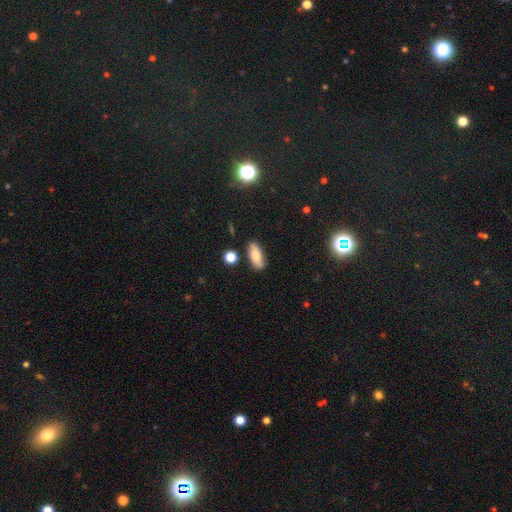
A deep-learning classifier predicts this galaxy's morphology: Smooth or featured?
  - smooth: 78% *
  - featured or disk: 13%
  - star or artifact: 9%
How rounded?
  - in between: 75% *
  - cigar-shaped: 21%
  - round: 4%
Merging?
  - none: 81% *
  - minor disturbance: 13%
  - merger: 3%
  - major disturbance: 3%